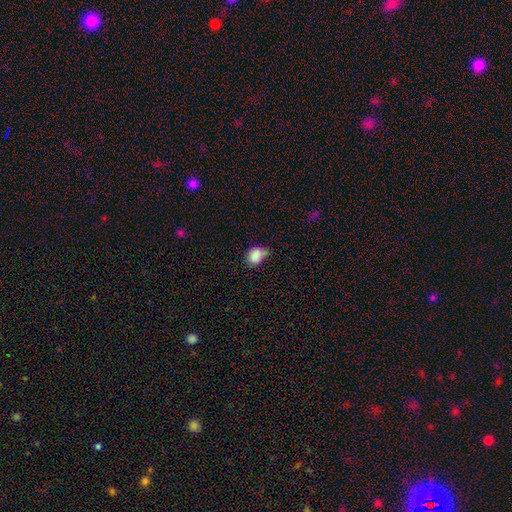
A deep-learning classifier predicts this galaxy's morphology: The model was most divided on "merging": none: 44%, minor disturbance: 42%, major disturbance: 10%, merger: 4%. More confident: smooth or featured — smooth (86%); how rounded — in between (52%).